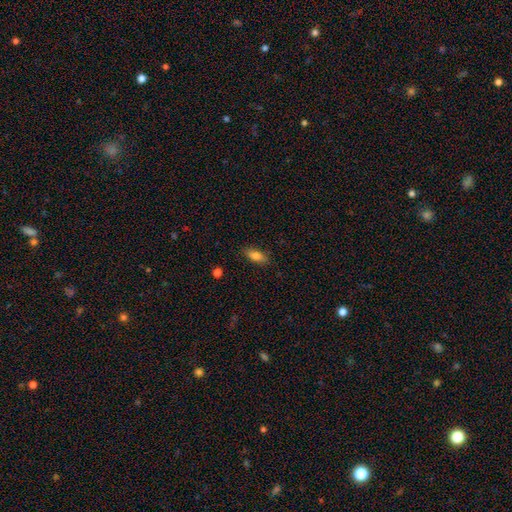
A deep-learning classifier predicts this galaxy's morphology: Smooth or featured? Predicted: smooth (p=0.82). How rounded? Predicted: in between (p=0.80). Merging? Predicted: none (p=0.85).